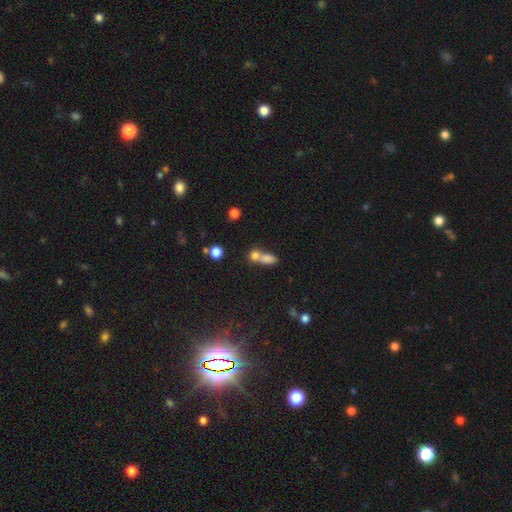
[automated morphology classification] The model was most divided on "how rounded": in between: 52%, round: 37%, cigar-shaped: 11%. More confident: smooth or featured — smooth (74%); merging — merger (58%).